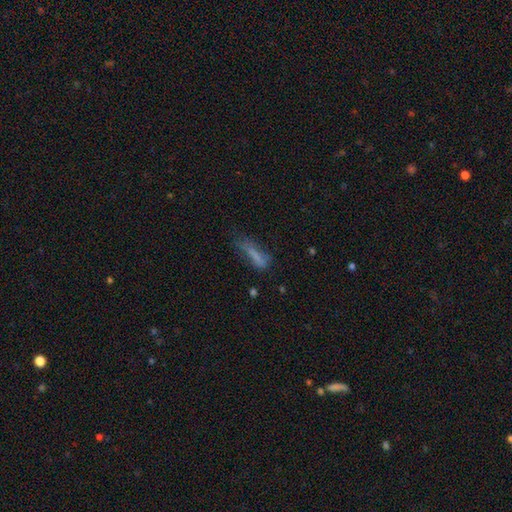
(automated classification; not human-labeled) Overall: smooth (65%). How rounded: cigar-shaped (65%; in between 33%). Merging: none (38%; minor disturbance 29%).